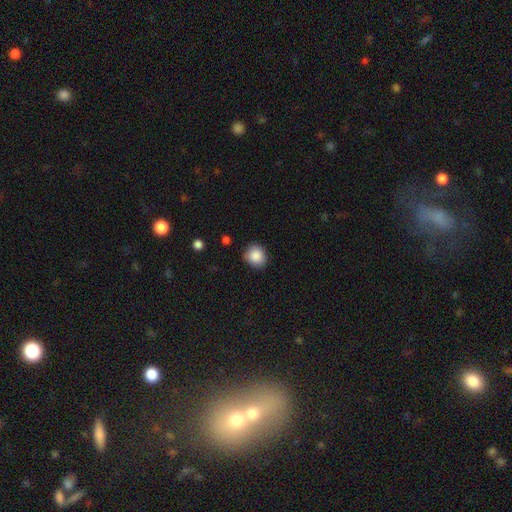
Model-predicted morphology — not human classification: Overall: smooth (88%). How rounded: round (72%). Merging: none (82%).